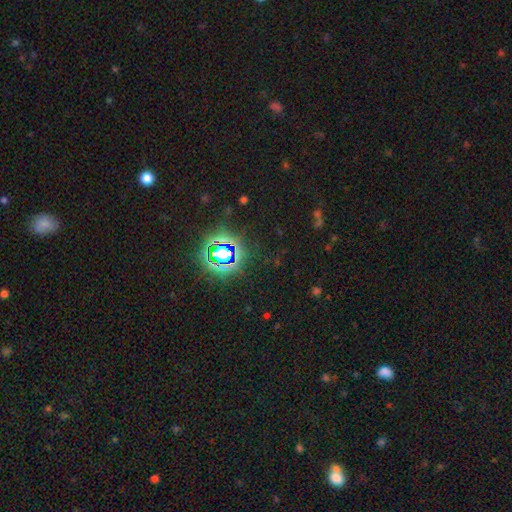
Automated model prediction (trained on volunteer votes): smooth-or-featured: star or artifact: 80% | smooth: 14% | featured or disk: 6%